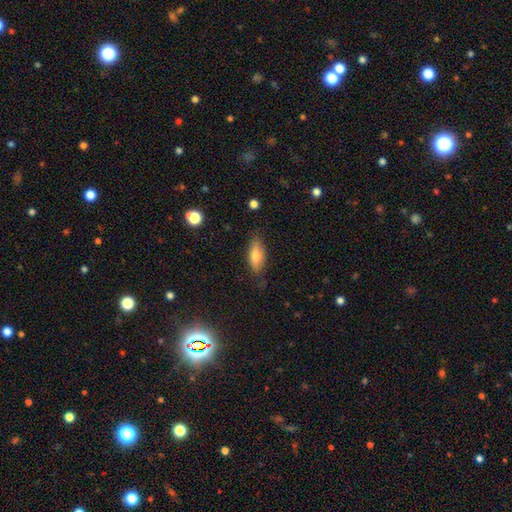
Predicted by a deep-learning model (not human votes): This is likely a smooth galaxy (70%). How rounded: likely in between (72%). Merging: likely none (78%).